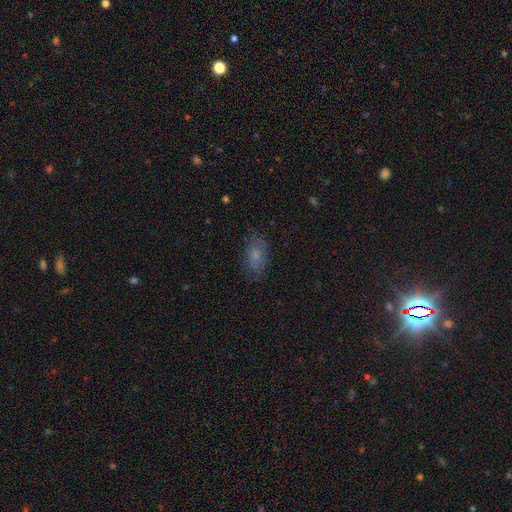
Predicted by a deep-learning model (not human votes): A smooth galaxy with no disk features (67%) that is in between round and cigar-shaped (89%). Merging: none (75%).